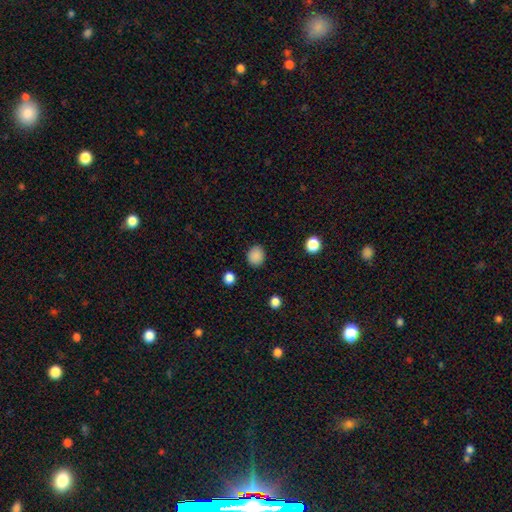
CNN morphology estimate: Smooth or featured? Predicted: smooth (p=0.87). How rounded? Predicted: round (p=0.80). Merging? Predicted: none (p=0.88).